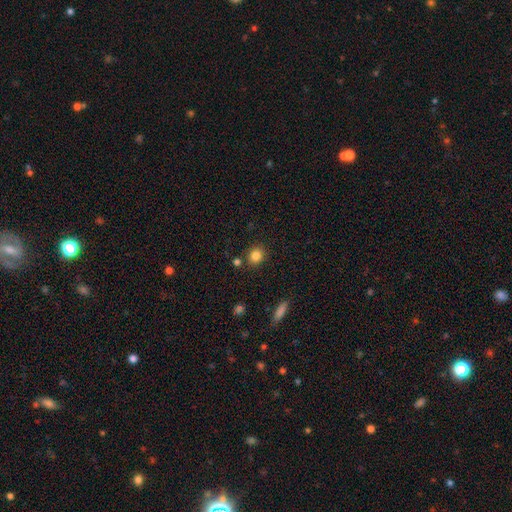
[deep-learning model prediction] smooth 84%, star or artifact 11%, featured or disk 5%. Down the decision tree: how rounded — round (77%); merging — none (83%).